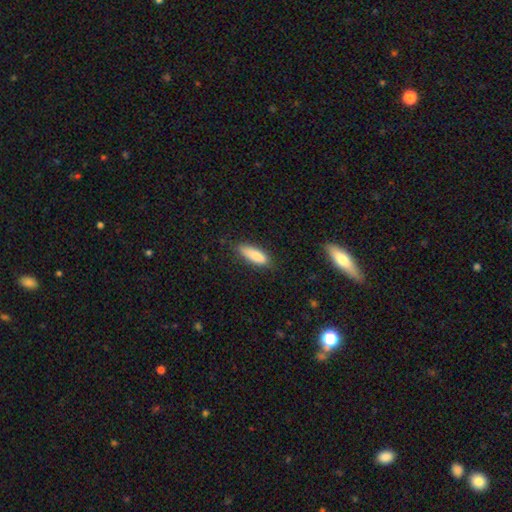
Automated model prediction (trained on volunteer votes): smooth-or-featured: smooth: 83% | featured or disk: 11% | star or artifact: 6%
  how-rounded: in between: 53% | cigar-shaped: 45% | round: 2%
  merging: none: 77% | minor disturbance: 18% | major disturbance: 3% | merger: 2%